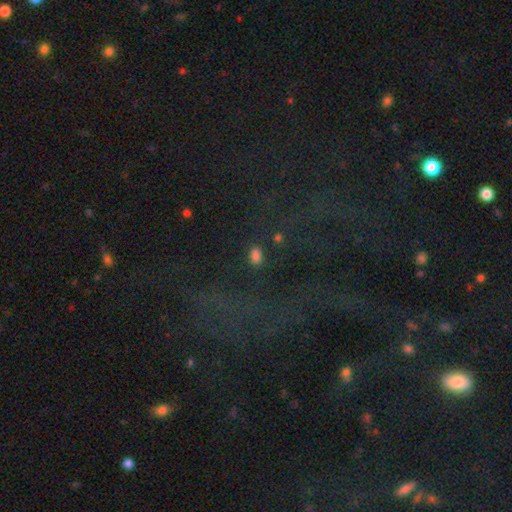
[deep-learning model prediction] Smooth or featured: smooth — 79% (star or artifact — 16%)
How rounded: in between — 83% (round — 14%)
Merging: none — 80% (minor disturbance — 11%)